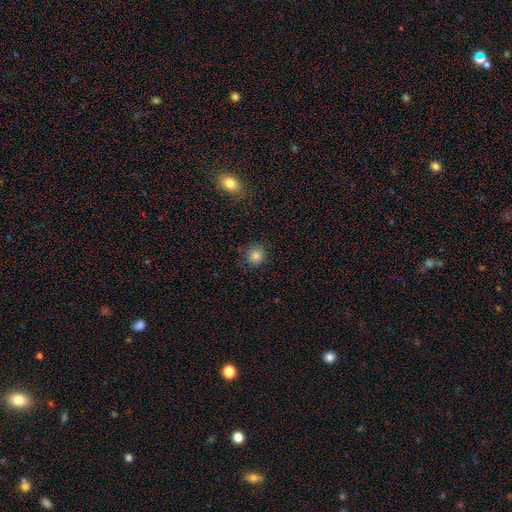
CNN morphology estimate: Smooth or featured? Predicted: smooth (p=0.83). How rounded? Predicted: round (p=0.89). Merging? Predicted: none (p=0.84).